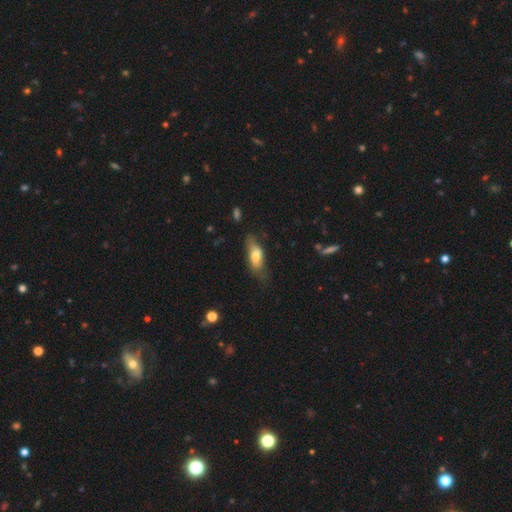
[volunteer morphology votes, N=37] Overall: smooth (51%; featured or disk 43%). How rounded: in between (63%; cigar-shaped 37%). Merging: none (46%; minor disturbance 26%).